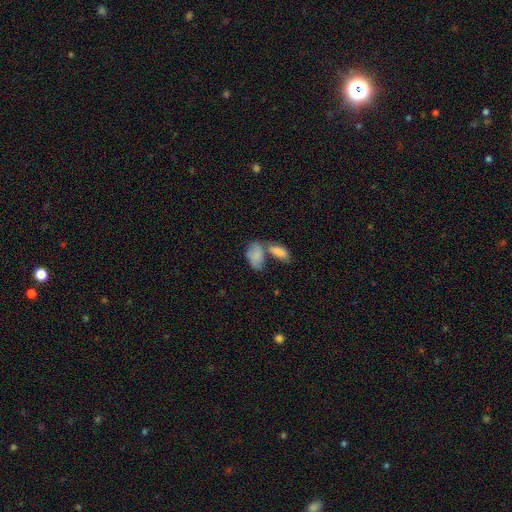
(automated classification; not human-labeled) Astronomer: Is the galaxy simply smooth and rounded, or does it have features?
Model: smooth — 79%.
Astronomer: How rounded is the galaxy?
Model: in between — 91%.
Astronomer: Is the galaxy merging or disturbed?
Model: merger — 54%.